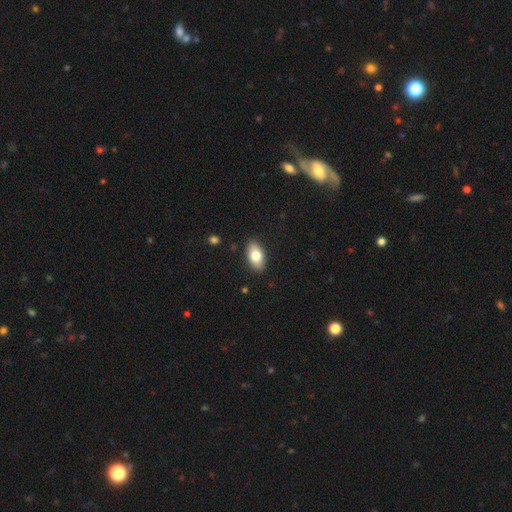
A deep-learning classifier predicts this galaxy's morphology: Smooth or featured?
  - smooth: 78% *
  - featured or disk: 16%
  - star or artifact: 7%
How rounded?
  - in between: 92% *
  - round: 4%
  - cigar-shaped: 4%
Merging?
  - none: 88% *
  - minor disturbance: 9%
  - major disturbance: 2%
  - merger: 1%